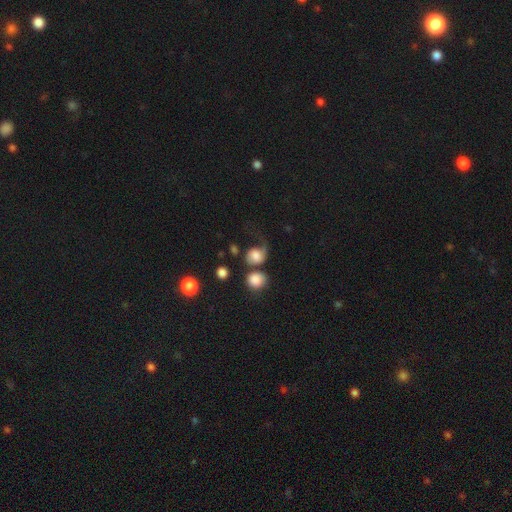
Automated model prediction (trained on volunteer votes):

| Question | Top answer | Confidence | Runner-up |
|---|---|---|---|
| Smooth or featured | smooth | 66% | featured or disk (24%) |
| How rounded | round | 65% | in between (34%) |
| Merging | major disturbance | 34% | none (29%) |